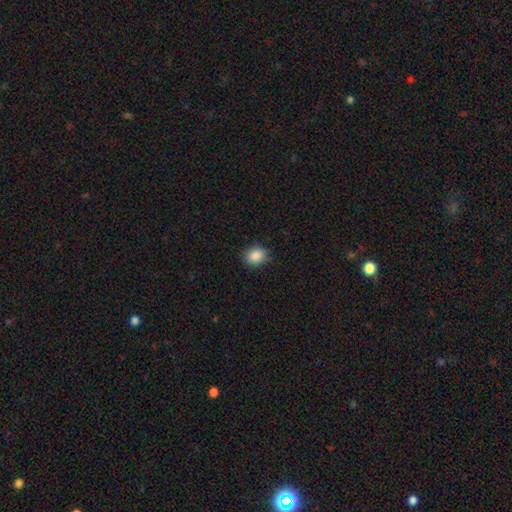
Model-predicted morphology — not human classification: smooth_or_featured: smooth (p=0.87) [alt: star or artifact p=0.09]
how_rounded: round (p=0.50) [alt: in between p=0.49]
merging: none (p=0.85) [alt: minor disturbance p=0.11]